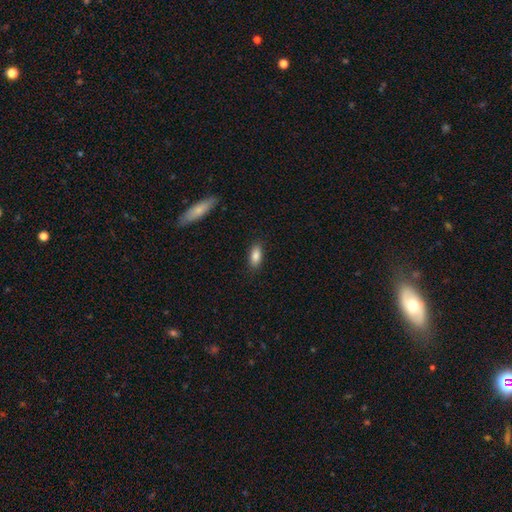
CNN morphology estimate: type=smooth (86%); roundness=in between (84%); merging=none (87%).